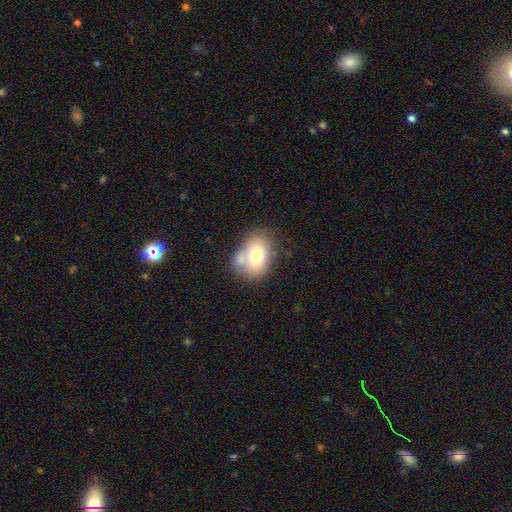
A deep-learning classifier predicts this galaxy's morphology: Smooth or featured: smooth — 73% (featured or disk — 19%)
How rounded: in between — 75% (round — 23%)
Merging: none — 47% (merger — 26%)